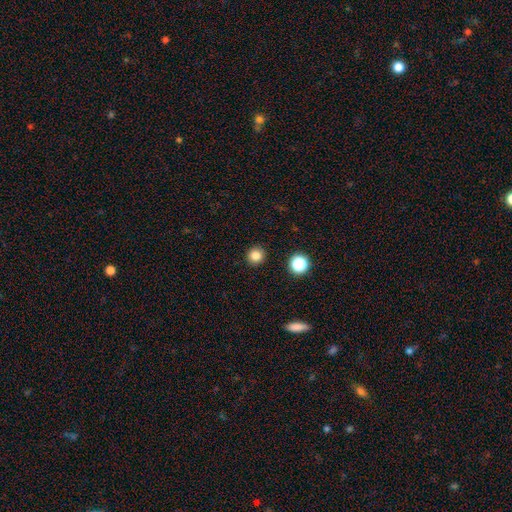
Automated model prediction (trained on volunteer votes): Smooth or featured? Predicted: smooth (p=0.83). How rounded? Predicted: round (p=0.92). Merging? Predicted: none (p=0.92).